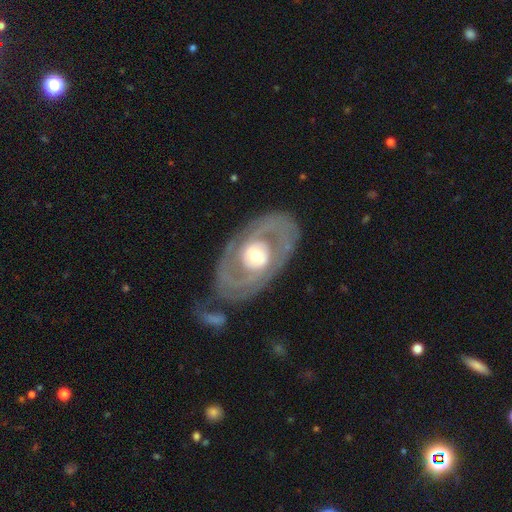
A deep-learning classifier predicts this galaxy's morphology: This is likely a featured or disk galaxy (80%). It is clearly not viewed edge-on (93%). Bar: likely no (71%). Spiral arm pattern: likely yes (63%). Central bulge: likely moderate (64%). Merging: likely none (78%).